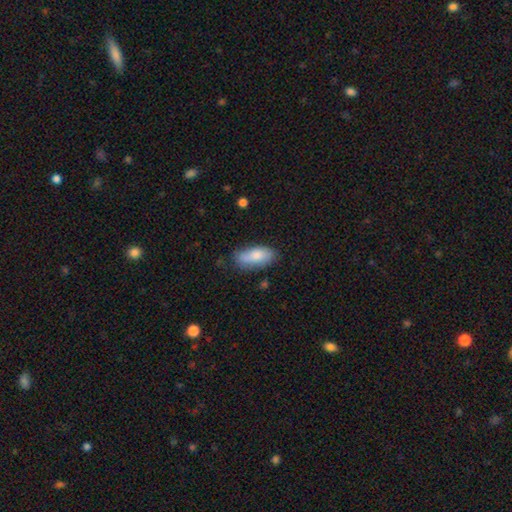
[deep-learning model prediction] smooth-or-featured: smooth: 79% | featured or disk: 15% | star or artifact: 6%
  how-rounded: in between: 85% | cigar-shaped: 12% | round: 2%
  merging: none: 67% | minor disturbance: 24% | major disturbance: 6% | merger: 4%